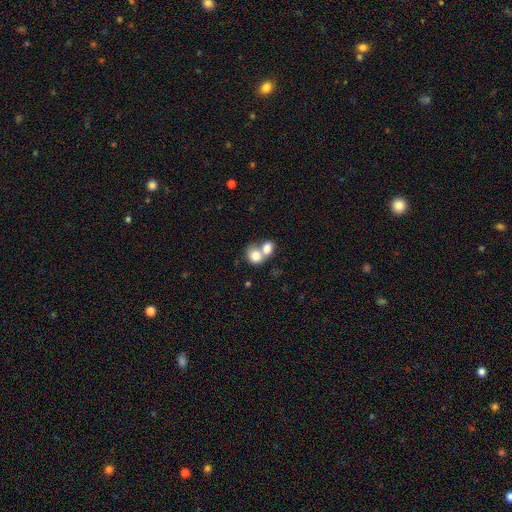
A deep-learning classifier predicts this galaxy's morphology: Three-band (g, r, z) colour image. It shows a smooth galaxy with no disk features (78%) that is round (57%). Merging: merger (66%).